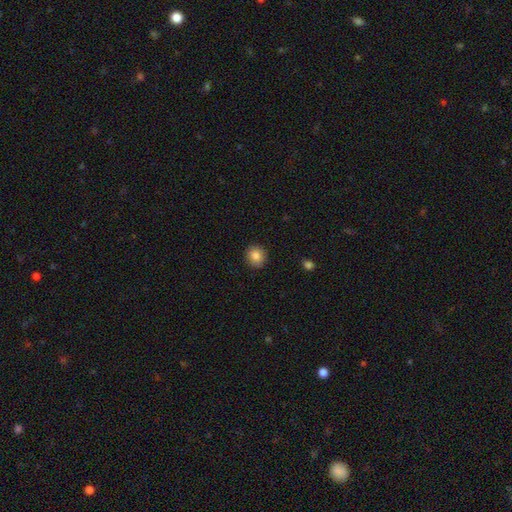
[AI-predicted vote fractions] This is clearly a smooth galaxy (85%). How rounded: clearly round (83%). Merging: clearly none (90%).